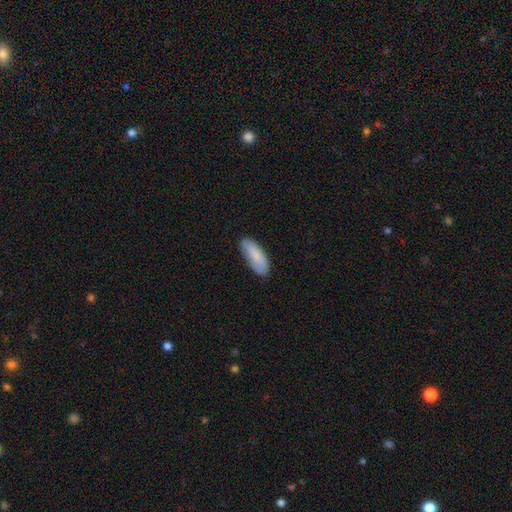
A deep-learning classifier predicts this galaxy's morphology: Smooth or featured? smooth (81%)
How rounded? in between (74%)
Merging? none (77%)